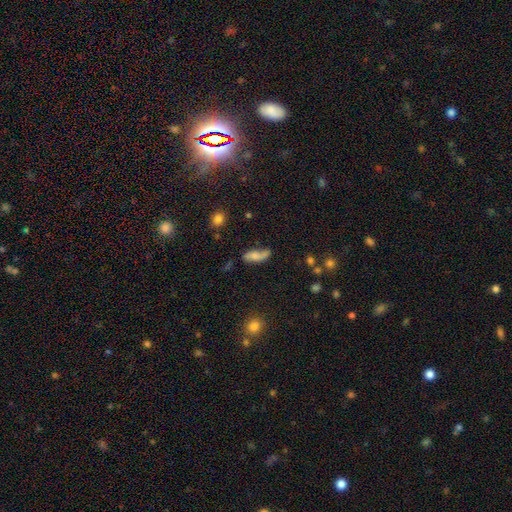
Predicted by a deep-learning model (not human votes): smooth_or_featured: smooth (p=0.53) [alt: featured or disk p=0.37]
how_rounded: in between (p=0.71) [alt: cigar-shaped p=0.25]
merging: none (p=0.50) [alt: minor disturbance p=0.27]